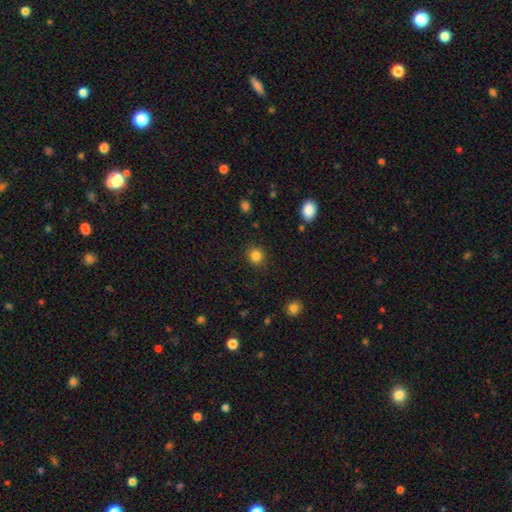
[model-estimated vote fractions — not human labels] smooth_or_featured: smooth (p=0.84) [alt: star or artifact p=0.11]
how_rounded: round (p=0.88) [alt: in between p=0.11]
merging: none (p=0.89) [alt: minor disturbance p=0.07]